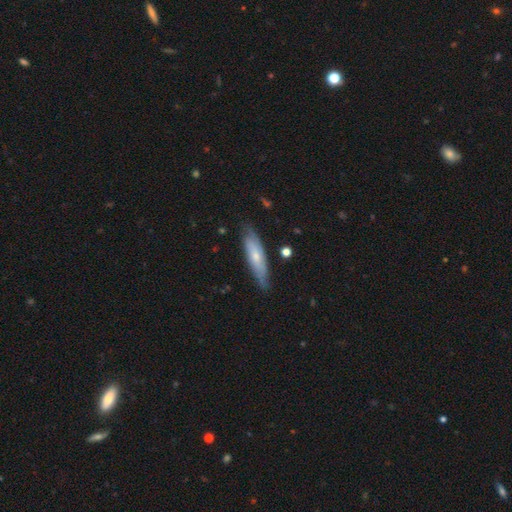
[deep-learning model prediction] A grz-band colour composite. It shows a smooth galaxy with no disk features (54%) that is cigar-shaped (67%). Merging: none (75%).